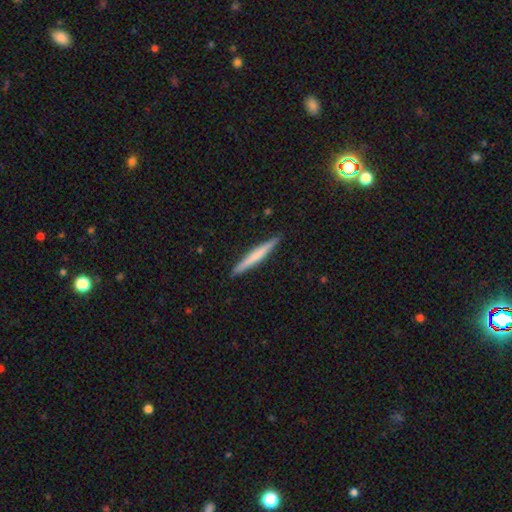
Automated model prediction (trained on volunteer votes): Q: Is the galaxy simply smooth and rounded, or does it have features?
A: smooth — 53%.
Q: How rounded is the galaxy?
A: cigar-shaped — 96%.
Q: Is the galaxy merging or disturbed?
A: none — 91%.